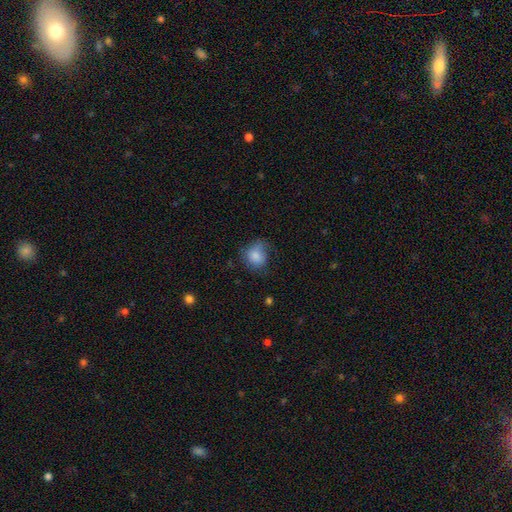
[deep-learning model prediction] Smooth or featured: smooth — 81% (featured or disk — 11%)
How rounded: round — 64% (in between — 35%)
Merging: none — 54% (minor disturbance — 30%)